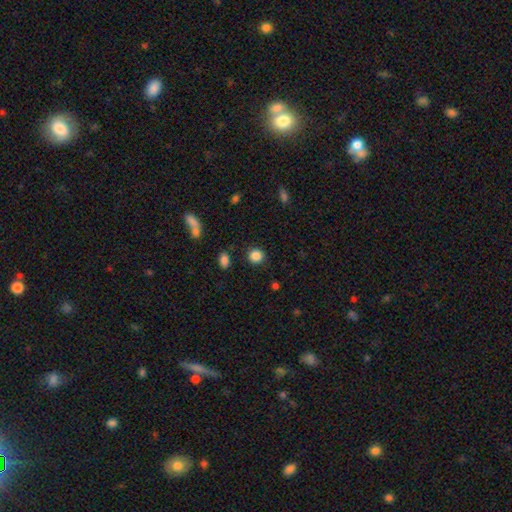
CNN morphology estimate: This appears to be a smooth galaxy with no disk features (86%) that is round (87%). Merging: none (88%).